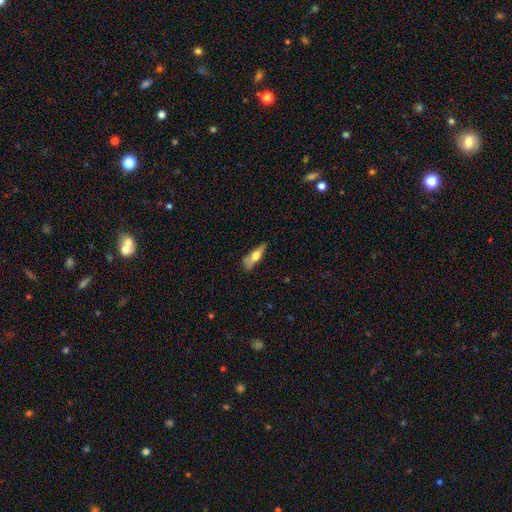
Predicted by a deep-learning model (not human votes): smooth 51%, featured or disk 43%, star or artifact 7%. Down the decision tree: how rounded — cigar-shaped (51%); merging — none (54%).